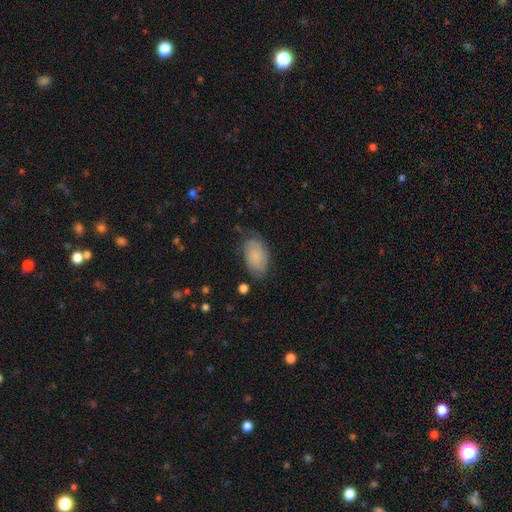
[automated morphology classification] A smooth galaxy with no disk features (65%) that is in between round and cigar-shaped (92%). Merging: none (69%).